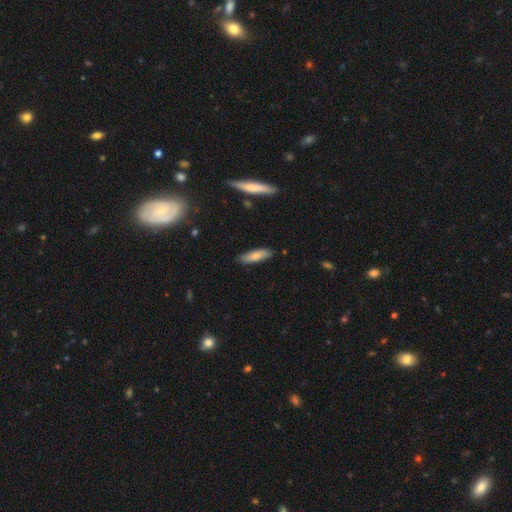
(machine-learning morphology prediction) Smooth or featured? Predicted: smooth (p=0.75). How rounded? Predicted: cigar-shaped (p=0.55). Merging? Predicted: none (p=0.85).